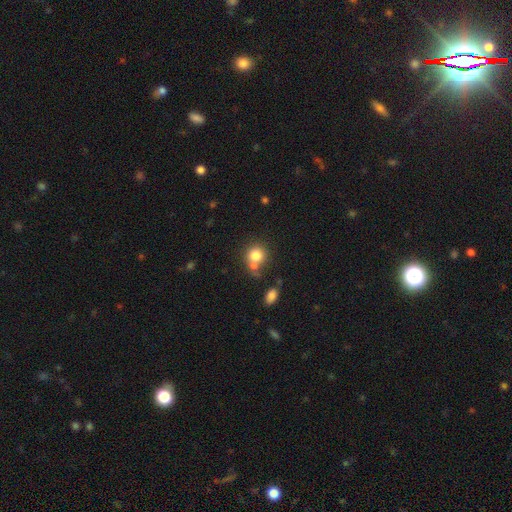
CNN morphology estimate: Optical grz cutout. It shows a smooth galaxy with no disk features (79%) that is round (83%). Merging: none (50%).